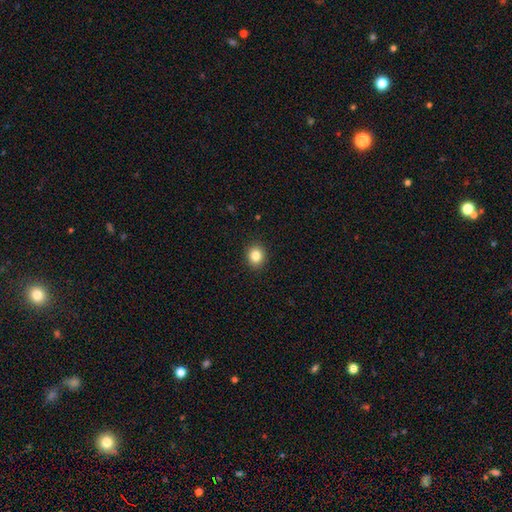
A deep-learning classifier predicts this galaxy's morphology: This is clearly a smooth galaxy (84%). How rounded: likely round (77%). Merging: clearly none (92%).